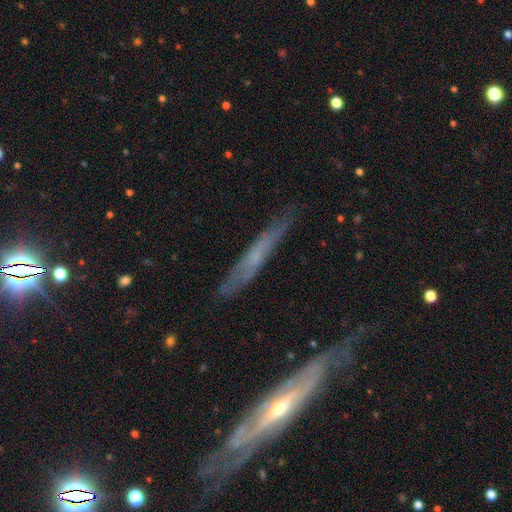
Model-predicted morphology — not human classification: featured or disk 56%, smooth 35%, star or artifact 9%. Down the decision tree: edge-on disk — yes (78%); merging — none (72%).